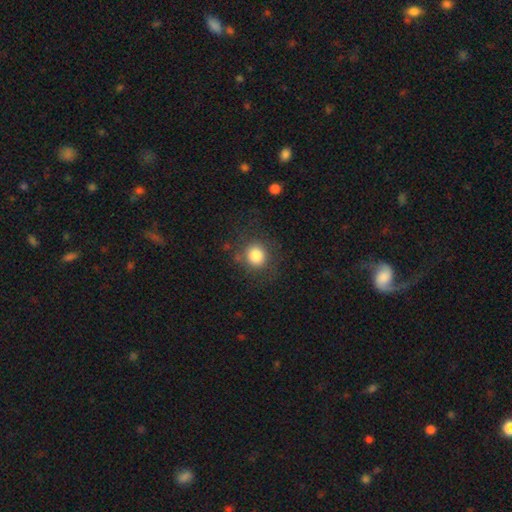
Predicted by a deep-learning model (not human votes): Smooth or featured? Predicted: smooth (p=0.83). How rounded? Predicted: round (p=0.86). Merging? Predicted: none (p=0.79).